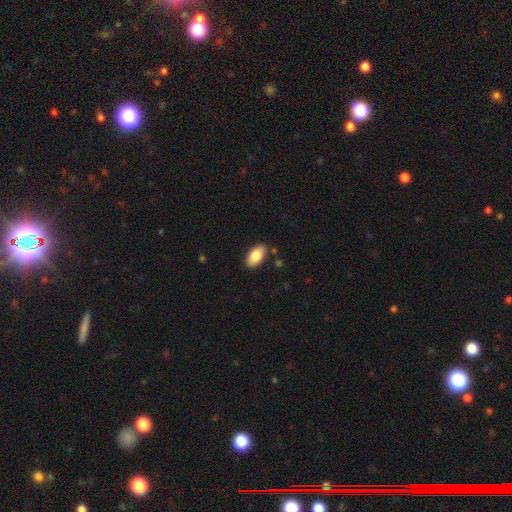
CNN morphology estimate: Q: Smooth or featured?
A: smooth (84%); runner-up: featured or disk (9%)
Q: How rounded?
A: in between (94%); runner-up: round (3%)
Q: Merging?
A: none (85%); runner-up: minor disturbance (10%)